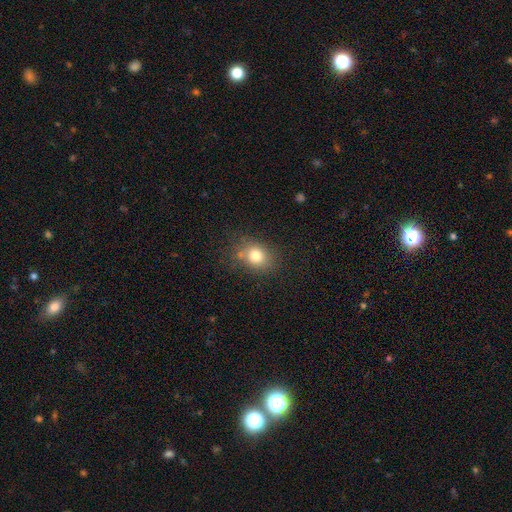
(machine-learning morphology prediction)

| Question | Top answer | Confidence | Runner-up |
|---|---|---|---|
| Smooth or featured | smooth | 78% | star or artifact (12%) |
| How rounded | round | 58% | in between (41%) |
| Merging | none | 69% | minor disturbance (17%) |